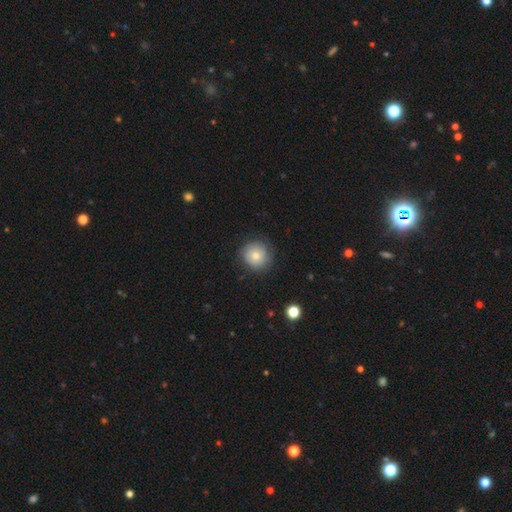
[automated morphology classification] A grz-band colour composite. It shows a smooth galaxy with no disk features (66%) that is round (92%). Merging: none (79%).